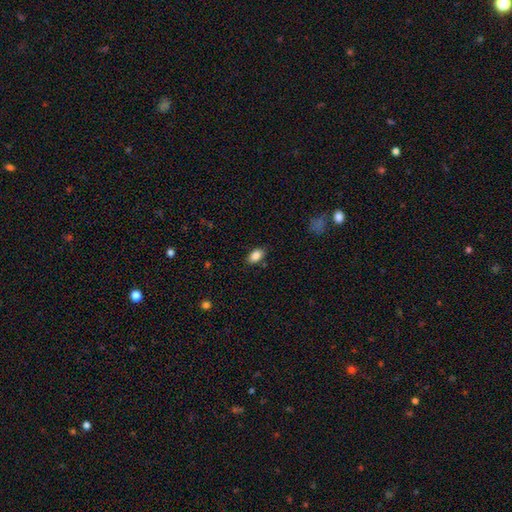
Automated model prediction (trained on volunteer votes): Smooth or featured? Predicted: smooth (p=0.86). How rounded? Predicted: in between (p=0.90). Merging? Predicted: none (p=0.85).